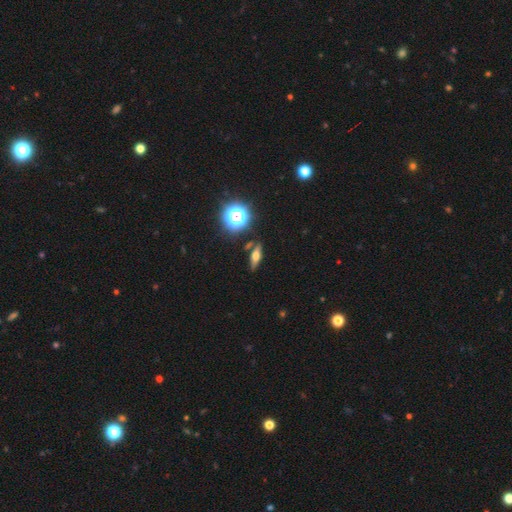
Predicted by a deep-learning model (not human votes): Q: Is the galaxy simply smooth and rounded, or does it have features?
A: featured or disk — 43%.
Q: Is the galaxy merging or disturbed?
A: none — 84%.